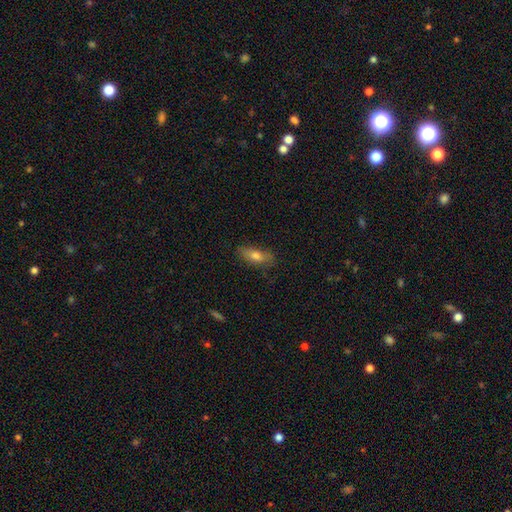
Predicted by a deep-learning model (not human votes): Overall: smooth (69%). How rounded: in between (65%; cigar-shaped 31%). Merging: none (77%).